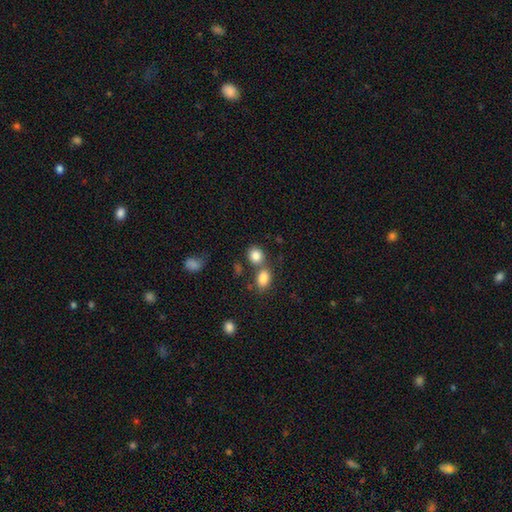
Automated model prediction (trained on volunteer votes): smooth 84%, star or artifact 10%, featured or disk 6%. Down the decision tree: how rounded — round (69%); merging — none (56%).